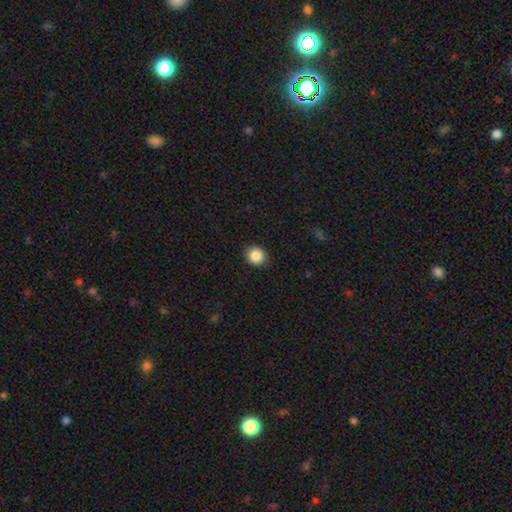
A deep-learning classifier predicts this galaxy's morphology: Q: Smooth or featured?
A: smooth (87%); runner-up: star or artifact (9%)
Q: How rounded?
A: round (82%); runner-up: in between (17%)
Q: Merging?
A: none (90%); runner-up: minor disturbance (7%)